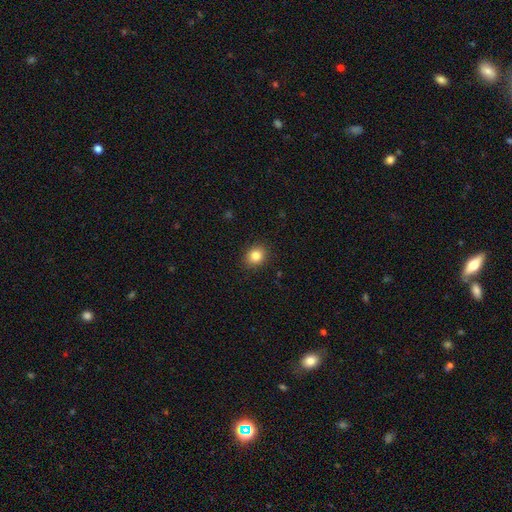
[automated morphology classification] This appears to be a smooth galaxy with no disk features (84%) that is round (68%). Merging: none (90%).